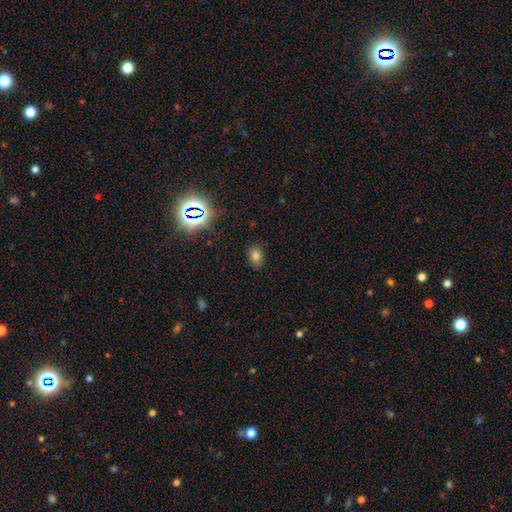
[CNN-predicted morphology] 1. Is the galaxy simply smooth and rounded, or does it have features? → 76% smooth, 17% star or artifact, 7% featured or disk.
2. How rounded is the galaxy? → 72% in between, 27% round, 1% cigar-shaped.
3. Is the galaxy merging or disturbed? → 85% none, 11% minor disturbance, 3% major disturbance, 1% merger.